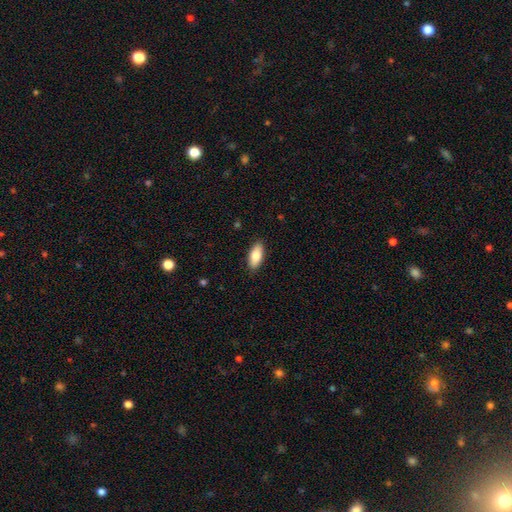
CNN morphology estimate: Smooth or featured? Predicted: smooth (p=0.84). How rounded? Predicted: in between (p=0.86). Merging? Predicted: none (p=0.88).